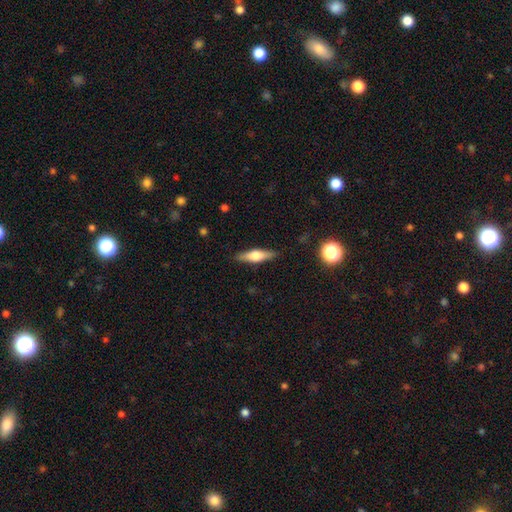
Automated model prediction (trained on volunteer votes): This is possibly a featured or disk galaxy (50%). It is clearly viewed edge-on (94%). Merging: clearly none (88%).